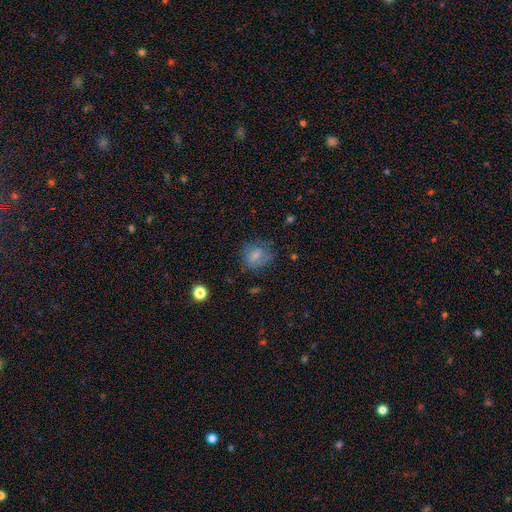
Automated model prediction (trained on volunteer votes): Q: Smooth or featured?
A: smooth (73%); runner-up: featured or disk (17%)
Q: How rounded?
A: round (64%); runner-up: in between (35%)
Q: Merging?
A: none (63%); runner-up: minor disturbance (23%)